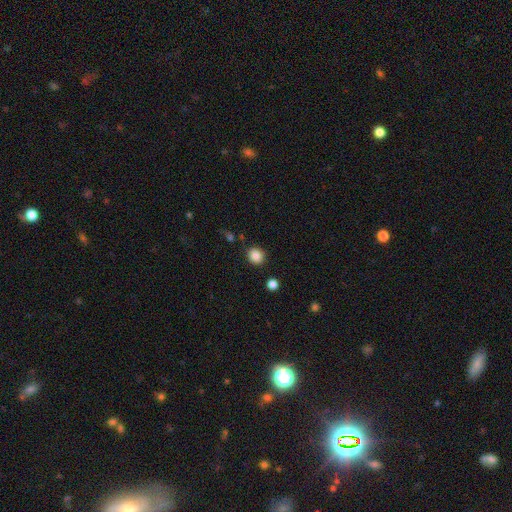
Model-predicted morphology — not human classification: smooth 86%, star or artifact 10%, featured or disk 4%. Down the decision tree: how rounded — round (82%); merging — none (87%).